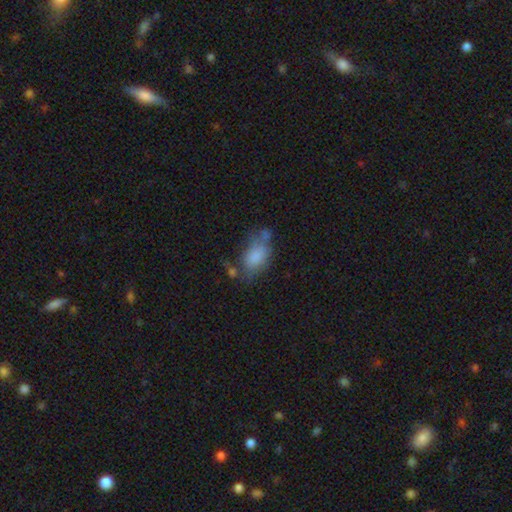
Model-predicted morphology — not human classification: Smooth or featured? smooth (77%)
How rounded? in between (90%)
Merging? none (41%)